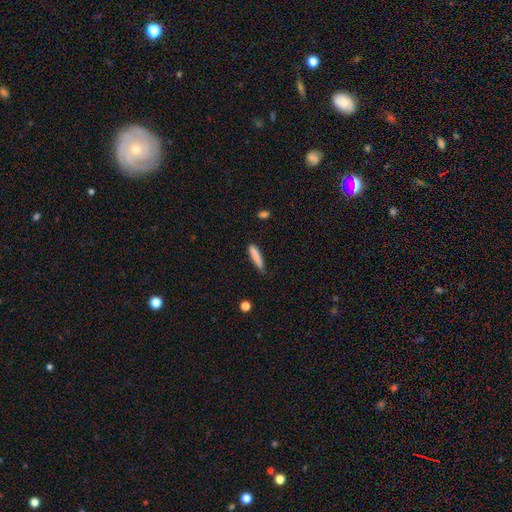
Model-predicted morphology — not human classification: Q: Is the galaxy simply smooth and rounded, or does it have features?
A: smooth — 84%.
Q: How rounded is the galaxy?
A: cigar-shaped — 87%.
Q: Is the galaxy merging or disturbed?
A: none — 71%.